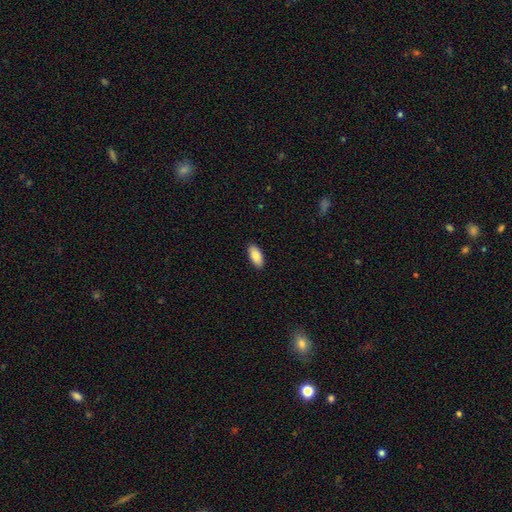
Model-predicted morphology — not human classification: The model was most divided on "smooth or featured": smooth: 86%, featured or disk: 8%, star or artifact: 6%. More confident: how rounded — in between (92%); merging — none (90%).